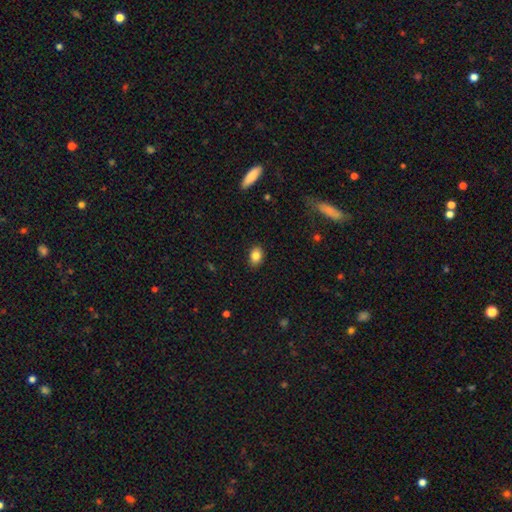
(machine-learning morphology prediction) The model was most divided on "how rounded": in between: 75%, round: 24%, cigar-shaped: 1%. More confident: merging — none (88%); smooth or featured — smooth (83%).